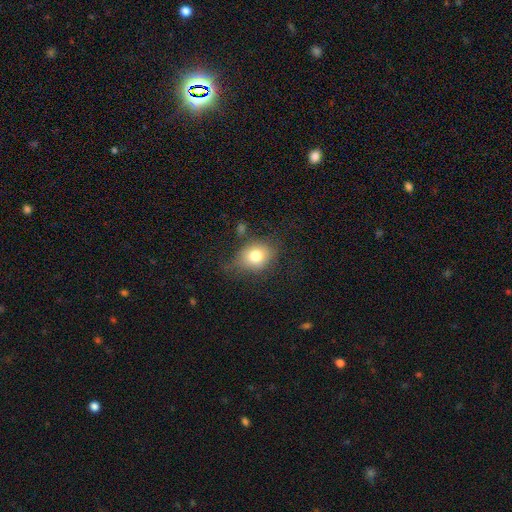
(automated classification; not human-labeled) Smooth or featured?
  - smooth: 75% *
  - featured or disk: 14%
  - star or artifact: 11%
How rounded?
  - round: 53% *
  - in between: 46%
  - cigar-shaped: 1%
Merging?
  - none: 65% *
  - minor disturbance: 23%
  - major disturbance: 9%
  - merger: 3%